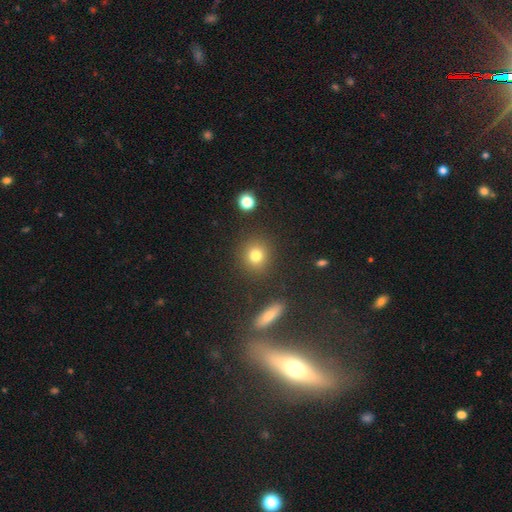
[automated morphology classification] Smooth or featured? smooth (79%)
How rounded? round (87%)
Merging? none (86%)